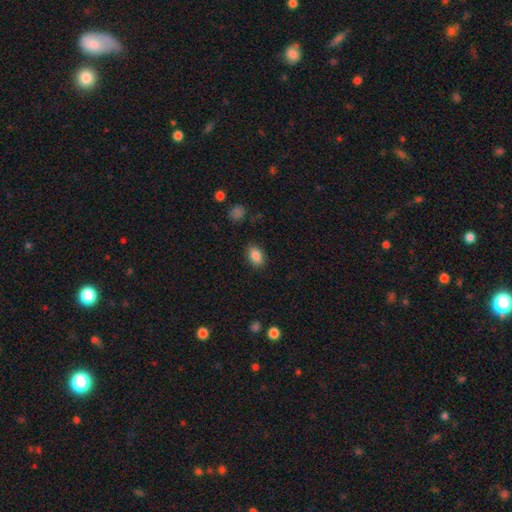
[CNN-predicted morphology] Overall: smooth (86%). How rounded: in between (84%). Merging: none (86%).